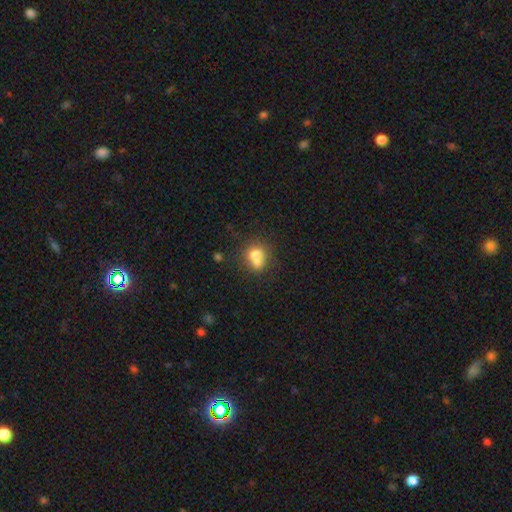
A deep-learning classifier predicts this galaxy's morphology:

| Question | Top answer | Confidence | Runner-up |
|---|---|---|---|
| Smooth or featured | smooth | 70% | featured or disk (18%) |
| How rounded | round | 74% | in between (25%) |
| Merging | merger | 53% | none (33%) |